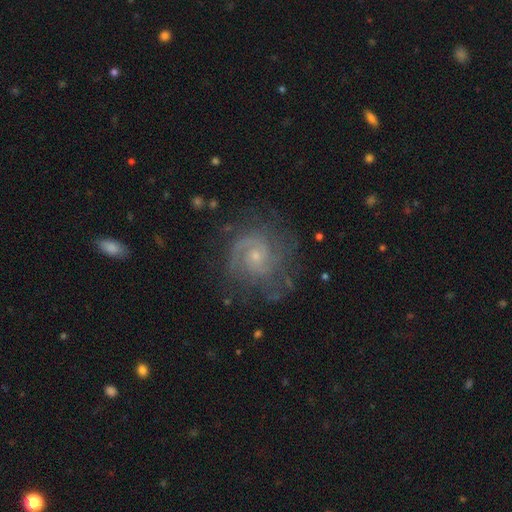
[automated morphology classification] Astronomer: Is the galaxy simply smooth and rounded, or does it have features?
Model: featured or disk — 83%.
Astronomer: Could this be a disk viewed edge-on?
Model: no — 98%.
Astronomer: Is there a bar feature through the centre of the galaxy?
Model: no — 70%.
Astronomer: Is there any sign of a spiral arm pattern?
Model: yes — 95%.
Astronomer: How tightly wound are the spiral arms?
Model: tight — 49% (runner-up: medium, 39%).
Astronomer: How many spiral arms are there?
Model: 2 — 45% (runner-up: can't tell, 24%).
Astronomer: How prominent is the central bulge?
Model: small — 72%.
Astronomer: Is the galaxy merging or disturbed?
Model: none — 71%.